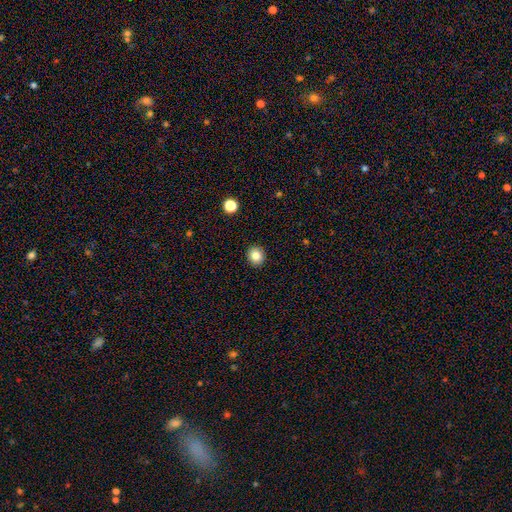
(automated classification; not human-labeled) Smooth or featured: smooth — 82% (star or artifact — 11%)
How rounded: round — 84% (in between — 15%)
Merging: none — 91% (minor disturbance — 6%)